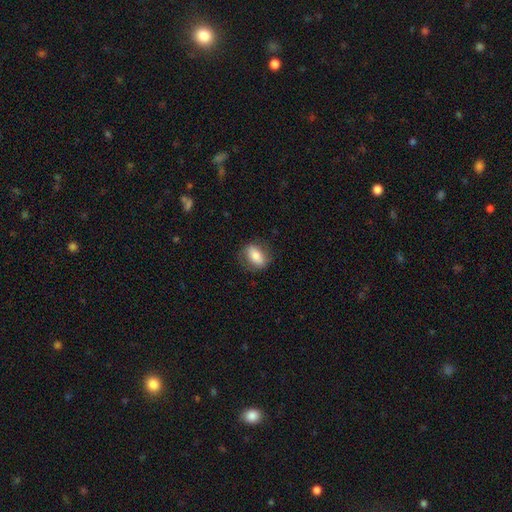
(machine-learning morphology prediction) The model was most divided on "smooth or featured": smooth: 73%, featured or disk: 20%, star or artifact: 7%. More confident: how rounded — in between (79%); merging — none (78%).